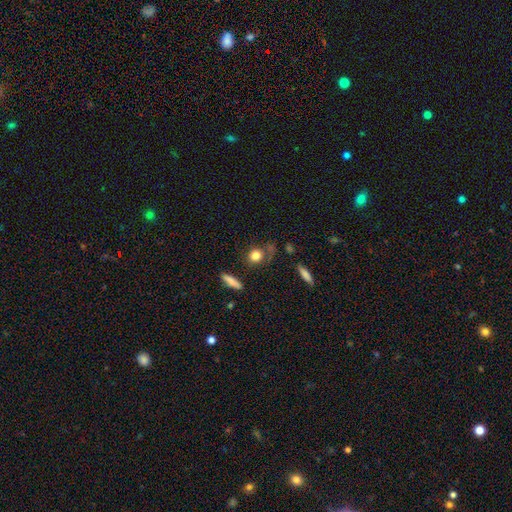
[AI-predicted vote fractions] Q: Smooth or featured?
A: smooth (81%); runner-up: star or artifact (10%)
Q: How rounded?
A: round (73%); runner-up: in between (22%)
Q: Merging?
A: none (67%); runner-up: minor disturbance (17%)